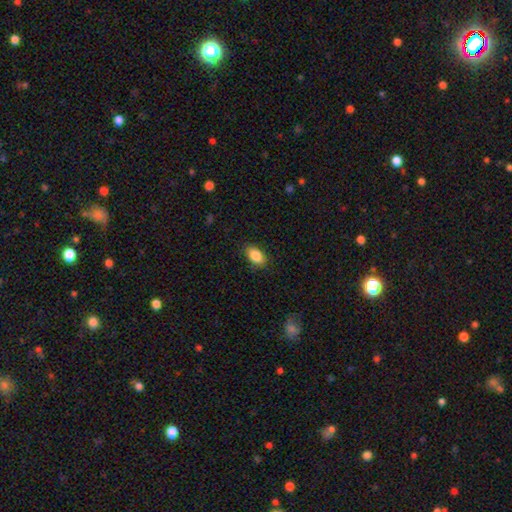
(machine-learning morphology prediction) Q: Smooth or featured?
A: smooth (87%); runner-up: star or artifact (8%)
Q: How rounded?
A: in between (90%); runner-up: round (8%)
Q: Merging?
A: none (85%); runner-up: minor disturbance (11%)